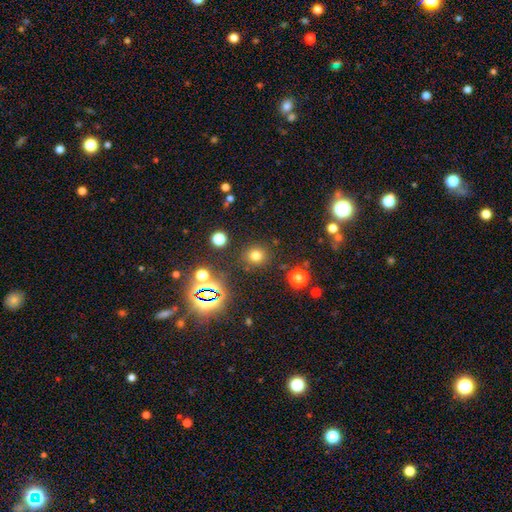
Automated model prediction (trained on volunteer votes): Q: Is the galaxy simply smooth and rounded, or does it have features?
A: smooth — 71%.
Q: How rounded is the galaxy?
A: round — 88%.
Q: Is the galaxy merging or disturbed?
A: none — 86%.